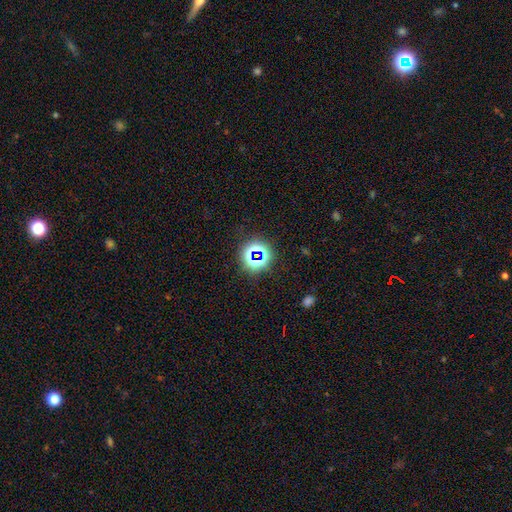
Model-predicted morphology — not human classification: Q: Smooth or featured?
A: star or artifact (67%); runner-up: smooth (23%)